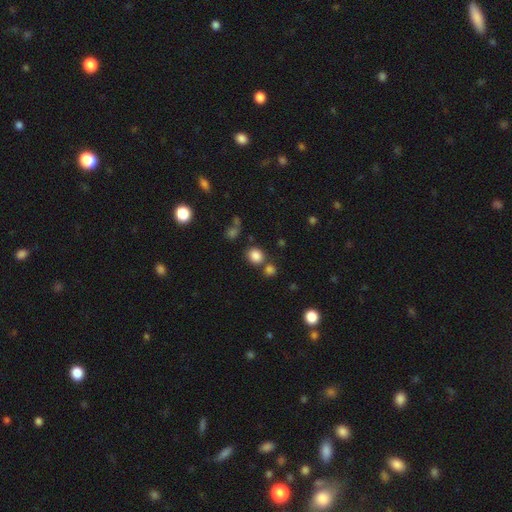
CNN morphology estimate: type=smooth (83%); roundness=round (69%); merging=none (70%).